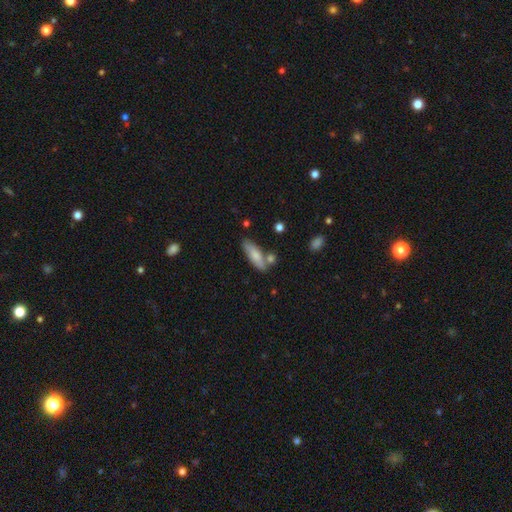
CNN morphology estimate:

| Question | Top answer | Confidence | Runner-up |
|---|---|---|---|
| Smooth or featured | smooth | 75% | featured or disk (18%) |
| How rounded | in between | 49% | cigar-shaped (48%) |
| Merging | none | 67% | minor disturbance (16%) |